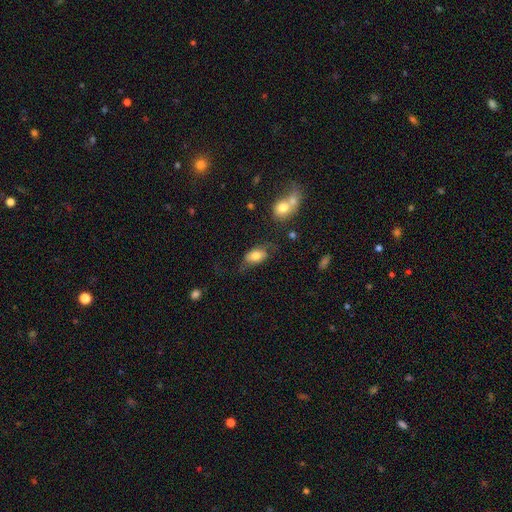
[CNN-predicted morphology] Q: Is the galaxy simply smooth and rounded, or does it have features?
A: smooth — 72%.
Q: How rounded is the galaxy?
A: in between — 90%.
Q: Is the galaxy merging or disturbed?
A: none — 49%.